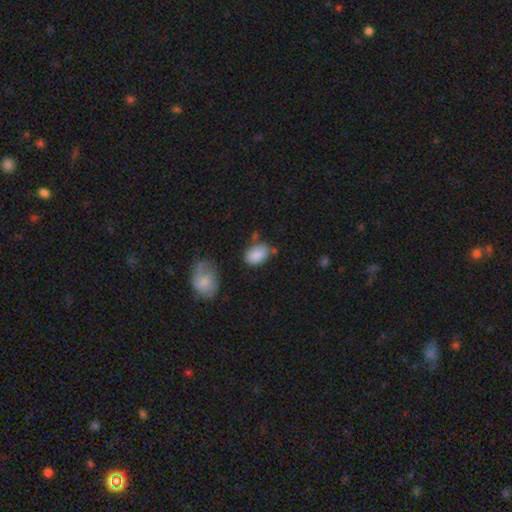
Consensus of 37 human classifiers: Smooth or featured?
  - smooth: 89% *
  - featured or disk: 5%
  - star or artifact: 5%
How rounded?
  - in between: 88% *
  - round: 9%
  - cigar-shaped: 3%
Merging?
  - none: 51% *
  - minor disturbance: 23%
  - merger: 20%
  - major disturbance: 6%